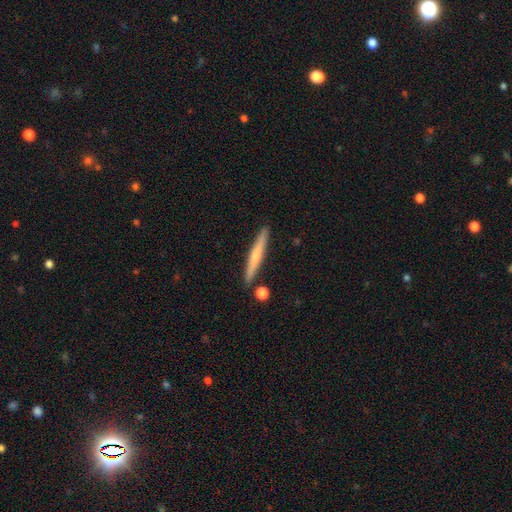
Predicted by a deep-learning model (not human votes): A smooth galaxy with no disk features (52%) that is cigar-shaped (95%).

Vote fractions:
- Smooth or featured? smooth: 52% / featured or disk: 42% / star or artifact: 6%
- How rounded? cigar-shaped: 95% / in between: 3% / round: 1%
- Merging? none: 88% / minor disturbance: 7% / merger: 3% / major disturbance: 1%